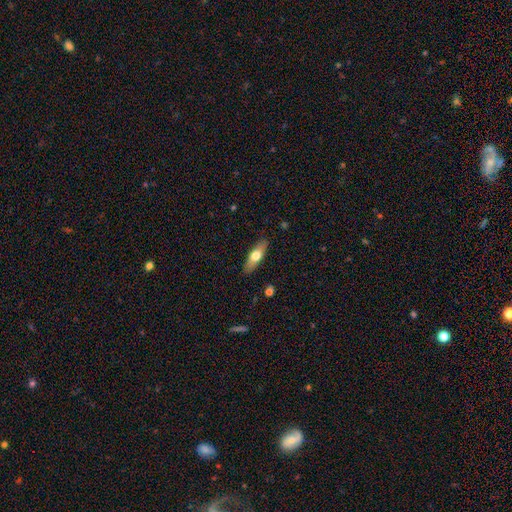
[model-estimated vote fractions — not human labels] Q: Smooth or featured?
A: smooth (60%); runner-up: featured or disk (34%)
Q: How rounded?
A: cigar-shaped (49%); runner-up: in between (48%)
Q: Merging?
A: none (88%); runner-up: minor disturbance (9%)